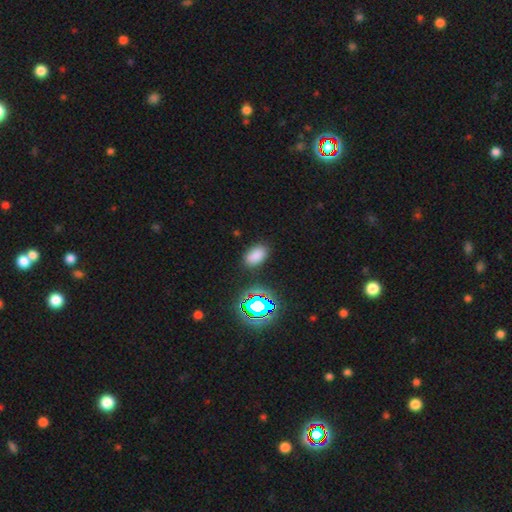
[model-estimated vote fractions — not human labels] Smooth or featured?
  - smooth: 75% *
  - star or artifact: 19%
  - featured or disk: 6%
How rounded?
  - in between: 89% *
  - round: 9%
  - cigar-shaped: 2%
Merging?
  - none: 84% *
  - minor disturbance: 11%
  - major disturbance: 3%
  - merger: 2%